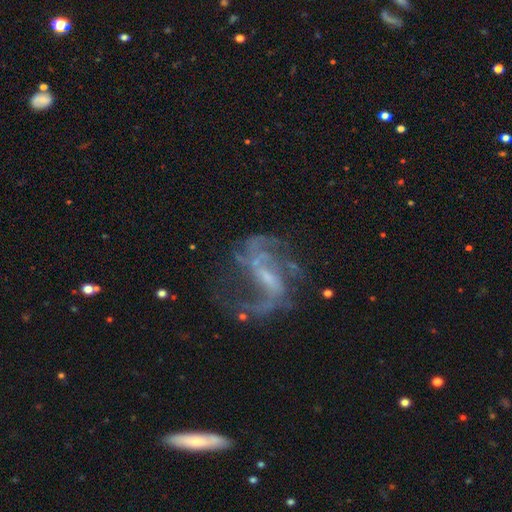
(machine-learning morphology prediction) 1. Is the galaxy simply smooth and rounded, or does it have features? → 84% featured or disk, 10% star or artifact, 6% smooth.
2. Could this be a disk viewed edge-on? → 96% no, 4% yes.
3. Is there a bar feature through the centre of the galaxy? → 48% weak, 30% strong, 22% no.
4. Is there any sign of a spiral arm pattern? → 91% yes, 9% no.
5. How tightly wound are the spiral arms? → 53% loose, 36% medium, 11% tight.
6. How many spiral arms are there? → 58% 2, 16% can't tell, 11% 3, 6% 1, 5% 4, 4% more than 4.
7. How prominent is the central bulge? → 54% small, 25% none, 18% moderate, 2% large, 1% dominant.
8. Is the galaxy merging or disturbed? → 53% none, 26% major disturbance, 17% minor disturbance, 5% merger.